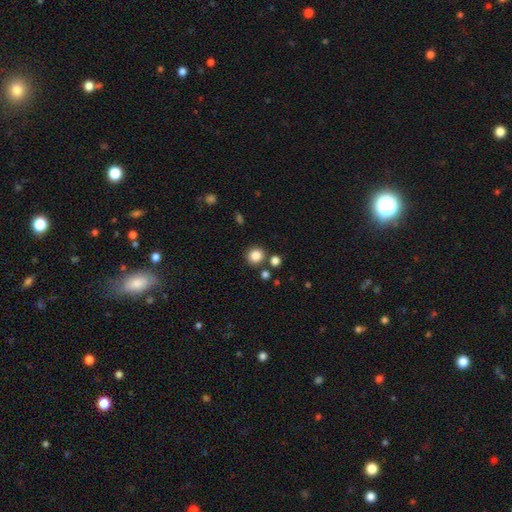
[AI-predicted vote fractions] Q: Smooth or featured?
A: smooth (85%); runner-up: star or artifact (11%)
Q: How rounded?
A: round (91%); runner-up: in between (8%)
Q: Merging?
A: none (82%); runner-up: merger (8%)